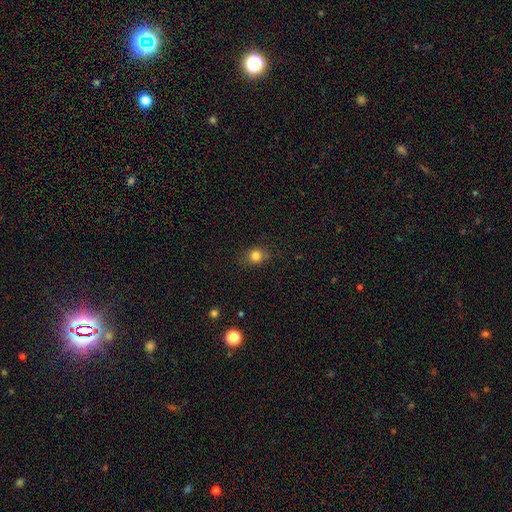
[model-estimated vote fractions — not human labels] This appears to be a smooth galaxy with no disk features (81%) that is round (70%). Merging: none (79%).